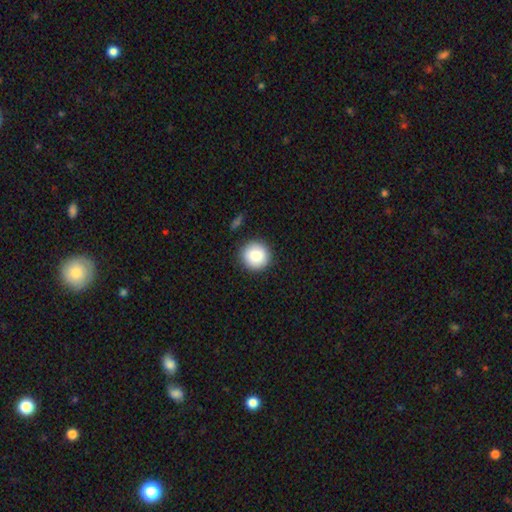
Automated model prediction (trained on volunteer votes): Smooth or featured?
  - smooth: 86% *
  - star or artifact: 8%
  - featured or disk: 6%
How rounded?
  - round: 94% *
  - in between: 5%
  - cigar-shaped: 1%
Merging?
  - none: 90% *
  - minor disturbance: 7%
  - major disturbance: 2%
  - merger: 1%